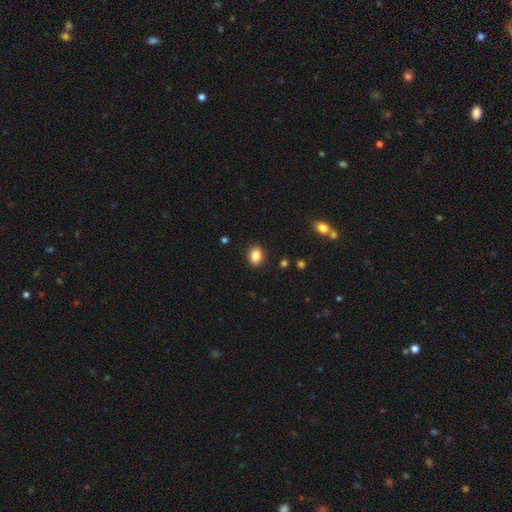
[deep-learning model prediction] Q: Smooth or featured?
A: smooth (87%); runner-up: star or artifact (9%)
Q: How rounded?
A: in between (68%); runner-up: round (31%)
Q: Merging?
A: none (89%); runner-up: minor disturbance (8%)